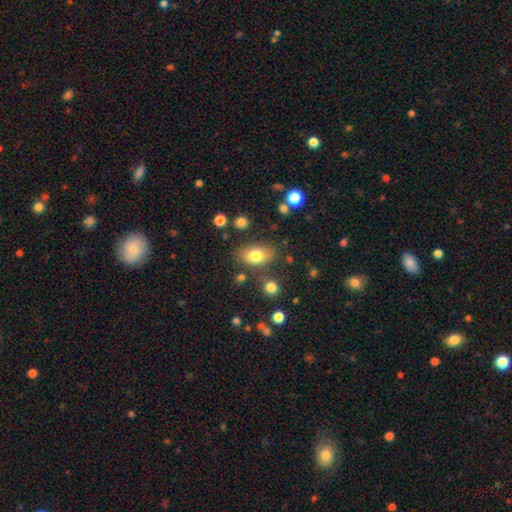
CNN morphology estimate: smooth 78%, featured or disk 13%, star or artifact 9%. Down the decision tree: how rounded — in between (86%); merging — none (73%).